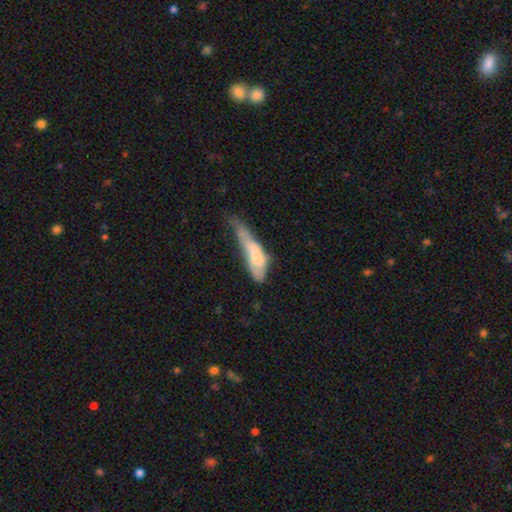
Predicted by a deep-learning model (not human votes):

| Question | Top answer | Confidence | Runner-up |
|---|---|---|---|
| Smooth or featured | smooth | 60% | featured or disk (32%) |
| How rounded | cigar-shaped | 57% | in between (40%) |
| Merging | major disturbance | 39% | minor disturbance (28%) |